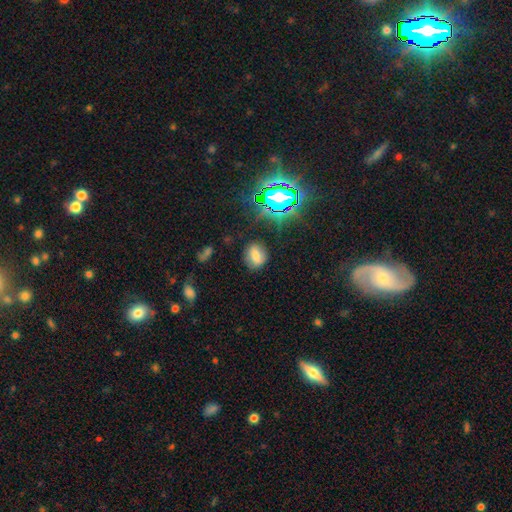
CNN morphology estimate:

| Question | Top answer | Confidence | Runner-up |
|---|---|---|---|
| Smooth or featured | smooth | 65% | star or artifact (20%) |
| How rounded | in between | 56% | round (42%) |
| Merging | none | 81% | minor disturbance (12%) |